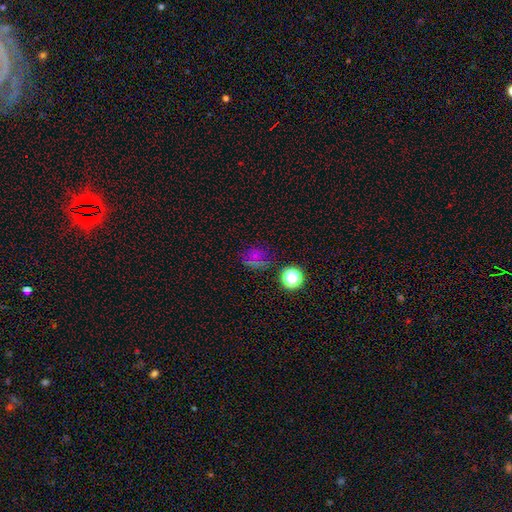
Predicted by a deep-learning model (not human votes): Overall: smooth (53%; star or artifact 36%). How rounded: round (73%). Merging: none (67%).